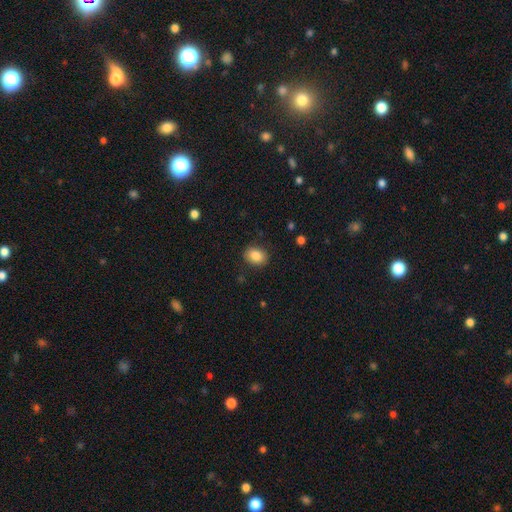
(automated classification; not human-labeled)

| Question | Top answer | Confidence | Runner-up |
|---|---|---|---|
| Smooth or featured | smooth | 86% | star or artifact (8%) |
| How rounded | in between | 63% | round (36%) |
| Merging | none | 86% | minor disturbance (10%) |